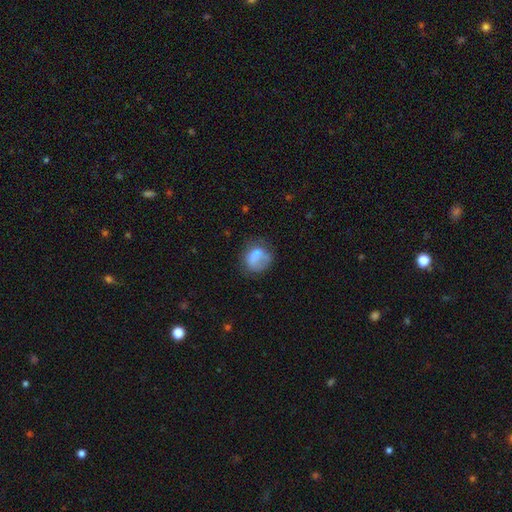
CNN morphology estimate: Q: Smooth or featured?
A: smooth (65%); runner-up: featured or disk (26%)
Q: How rounded?
A: round (62%); runner-up: in between (37%)
Q: Merging?
A: none (40%); runner-up: major disturbance (27%)